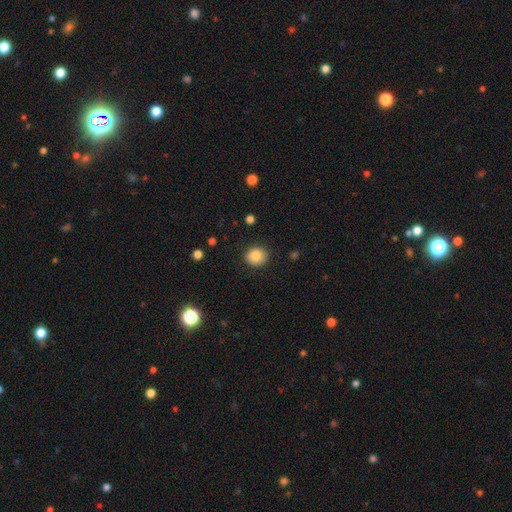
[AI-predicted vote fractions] Smooth or featured: smooth — 84% (star or artifact — 9%)
How rounded: round — 77% (in between — 22%)
Merging: none — 88% (minor disturbance — 8%)